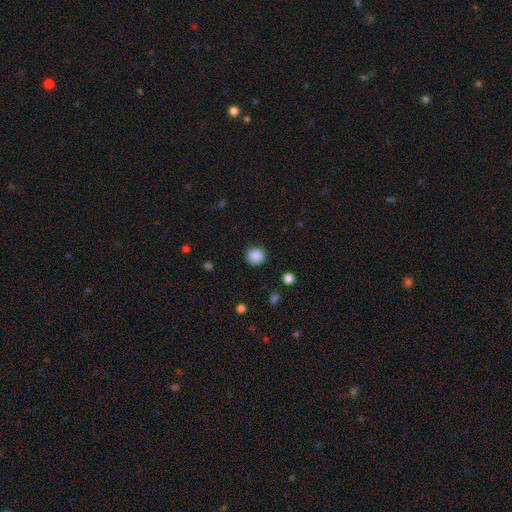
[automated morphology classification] Overall: smooth (88%). How rounded: round (91%). Merging: none (88%).